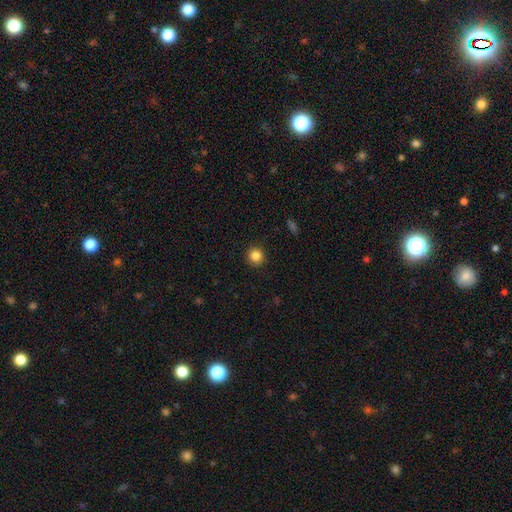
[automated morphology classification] A smooth galaxy with no disk features (85%) that is round (93%). Merging: none (91%).